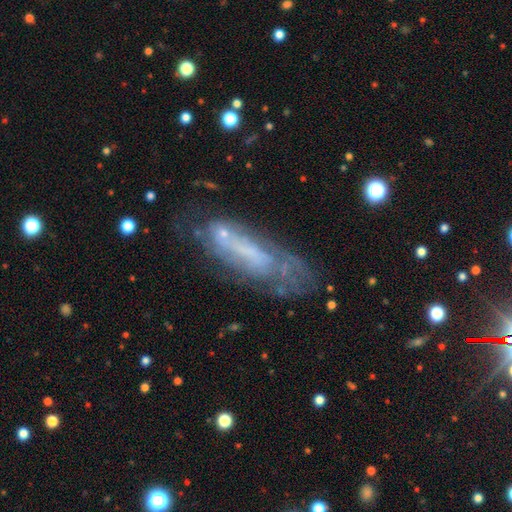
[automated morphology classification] A featured or disk galaxy (56%). Merging: none (43%).